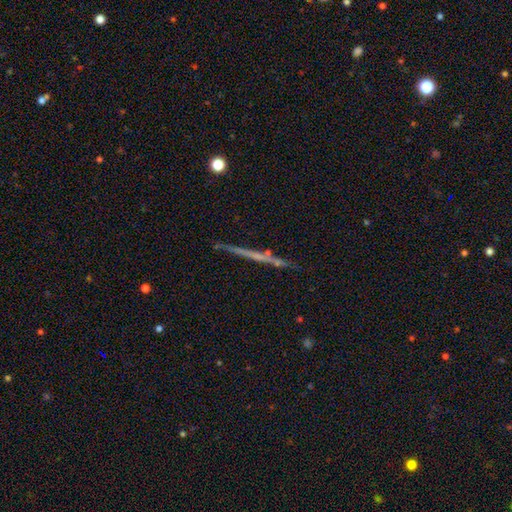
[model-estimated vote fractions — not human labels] smooth_or_featured: featured or disk (p=0.64) [alt: smooth p=0.28]
disk_edge_on: yes (p=0.96) [alt: no p=0.04]
edge_on_bulge: none (p=0.84) [alt: rounded p=0.11]
merging: none (p=0.85) [alt: minor disturbance p=0.10]